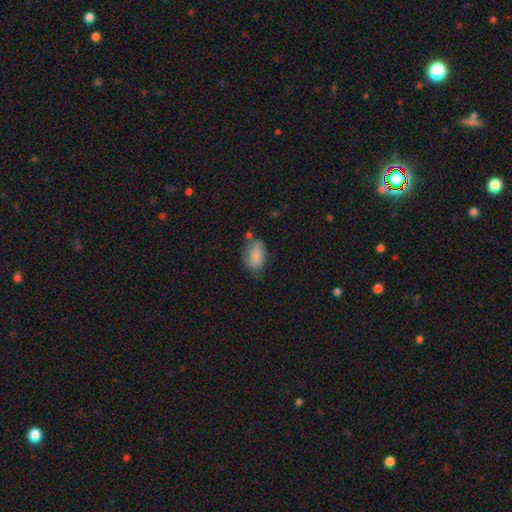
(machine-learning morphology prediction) This is clearly a smooth galaxy (83%). How rounded: clearly in between (89%). Merging: possibly none (58%).